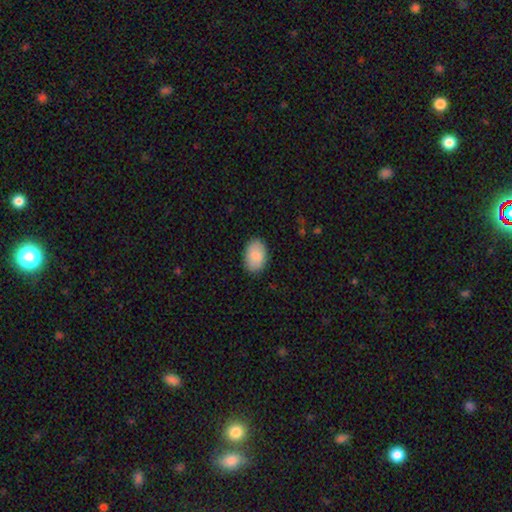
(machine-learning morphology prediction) Smooth or featured: smooth — 86% (featured or disk — 8%)
How rounded: in between — 90% (round — 9%)
Merging: none — 88% (minor disturbance — 9%)